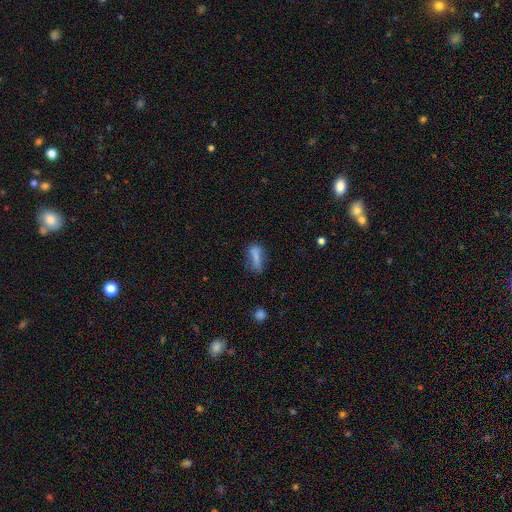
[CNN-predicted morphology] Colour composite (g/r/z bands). It shows a smooth galaxy with no disk features (75%) that is cigar-shaped (51%). Merging: none (57%).